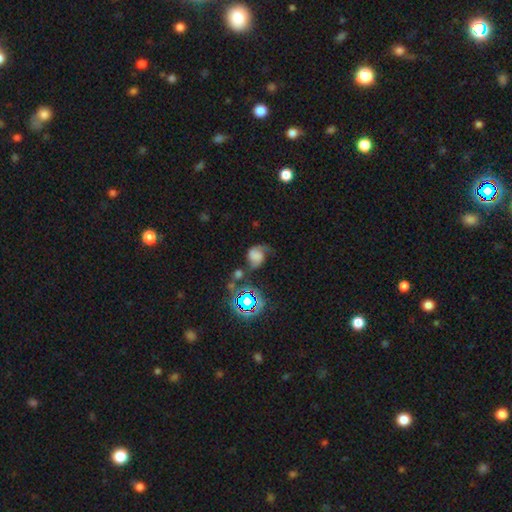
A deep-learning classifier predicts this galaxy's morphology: Smooth or featured: featured or disk — 47% (smooth — 36%)
Merging: none — 35% (major disturbance — 28%)